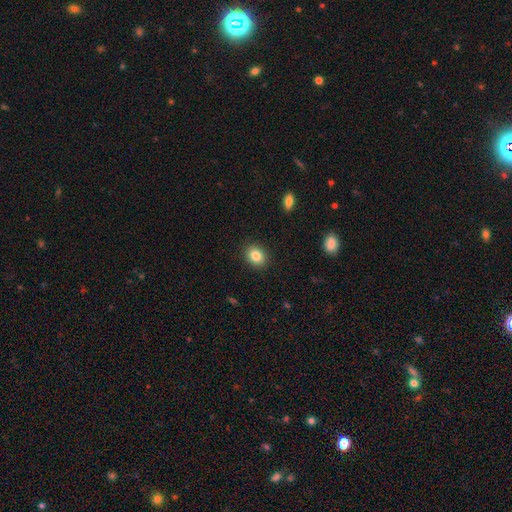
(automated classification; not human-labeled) This is clearly a smooth galaxy (84%). How rounded: possibly round (50%). Merging: clearly none (90%).